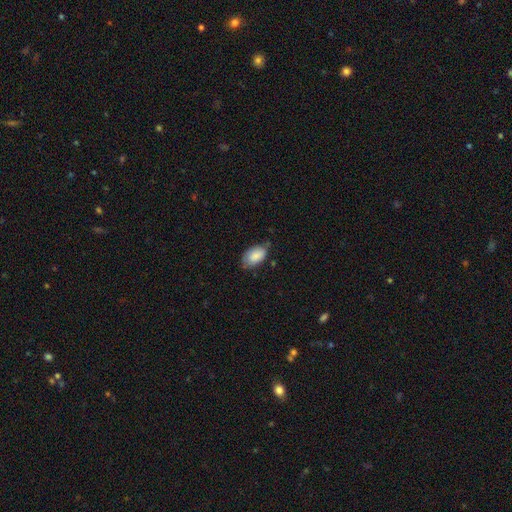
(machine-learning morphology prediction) Overall: smooth (86%). How rounded: in between (93%). Merging: none (63%; minor disturbance 30%).